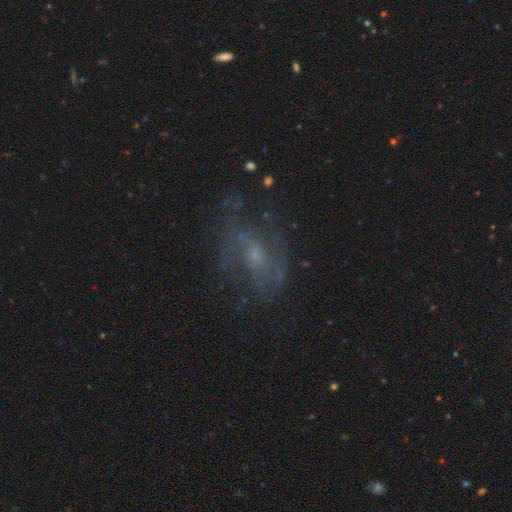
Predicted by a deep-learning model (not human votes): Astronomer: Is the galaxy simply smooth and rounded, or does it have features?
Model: featured or disk — 70%.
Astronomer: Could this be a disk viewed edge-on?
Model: no — 96%.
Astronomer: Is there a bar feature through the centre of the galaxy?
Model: no — 58% (runner-up: weak, 35%).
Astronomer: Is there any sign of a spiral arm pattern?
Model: yes — 76%.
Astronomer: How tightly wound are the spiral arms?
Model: medium — 45% (runner-up: loose, 36%).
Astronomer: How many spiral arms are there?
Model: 2 — 64%.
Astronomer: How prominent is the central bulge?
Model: small — 44% (runner-up: moderate, 40%).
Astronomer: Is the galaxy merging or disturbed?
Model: none — 62%.